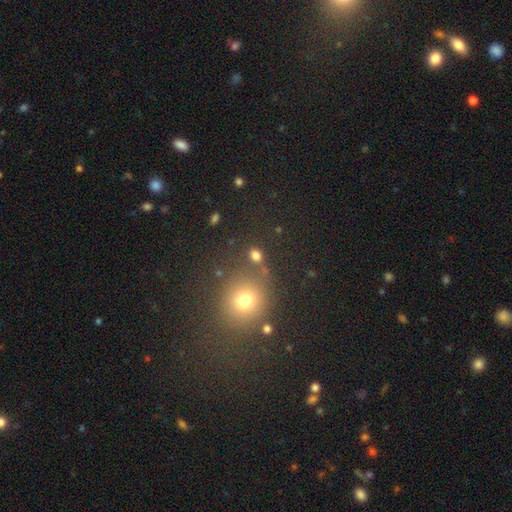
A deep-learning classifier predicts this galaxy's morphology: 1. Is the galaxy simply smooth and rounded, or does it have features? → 76% smooth, 18% star or artifact, 6% featured or disk.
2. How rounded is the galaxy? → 58% round, 40% in between, 2% cigar-shaped.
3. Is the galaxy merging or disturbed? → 75% none, 10% minor disturbance, 9% merger, 5% major disturbance.